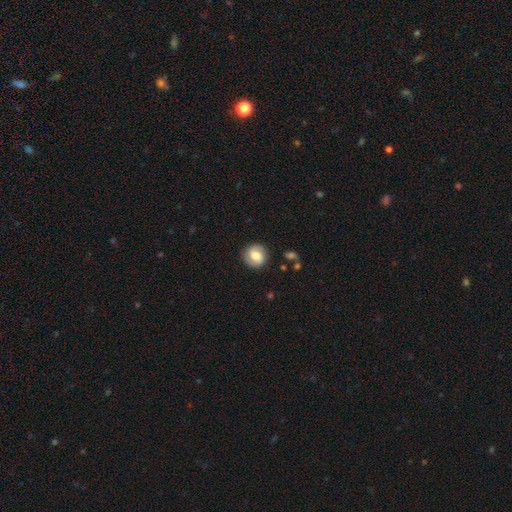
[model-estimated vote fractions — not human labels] The model was most divided on "smooth or featured": smooth: 54%, featured or disk: 39%, star or artifact: 8%. More confident: how rounded — round (86%); merging — none (86%).